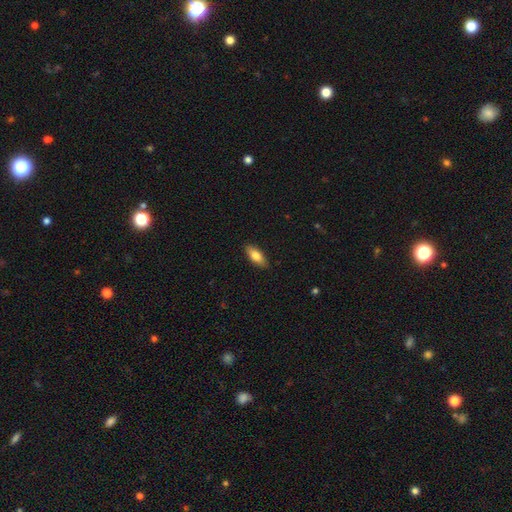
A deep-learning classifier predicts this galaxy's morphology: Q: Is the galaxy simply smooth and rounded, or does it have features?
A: smooth — 78%.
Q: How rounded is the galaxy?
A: in between — 80%.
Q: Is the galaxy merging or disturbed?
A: none — 88%.